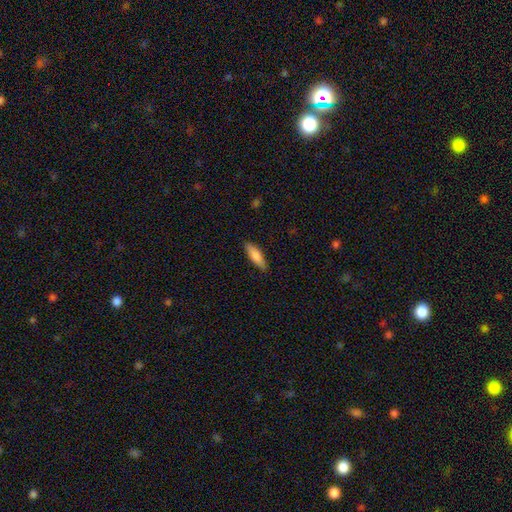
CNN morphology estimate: smooth_or_featured: smooth (p=0.81) [alt: featured or disk p=0.13]
how_rounded: cigar-shaped (p=0.57) [alt: in between p=0.41]
merging: none (p=0.87) [alt: minor disturbance p=0.10]